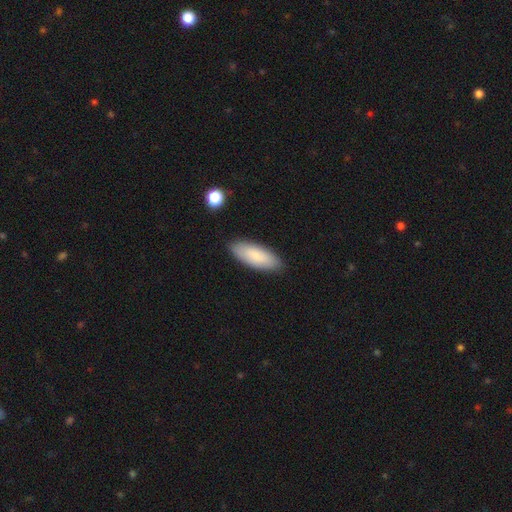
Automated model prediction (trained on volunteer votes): Overall: smooth (82%). How rounded: in between (74%). Merging: none (87%).